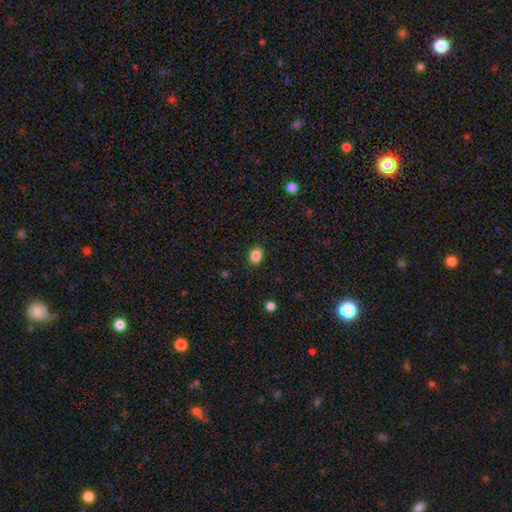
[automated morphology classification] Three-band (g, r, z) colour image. It shows a smooth galaxy with no disk features (86%) that is round (53%). Merging: none (88%).